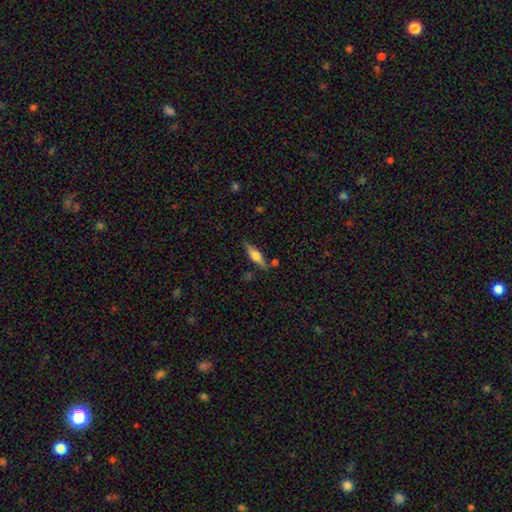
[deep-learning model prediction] Smooth or featured? Predicted: featured or disk (p=0.54). Edge-on disk? Predicted: yes (p=0.94). Edge-on bulge? Predicted: rounded (p=0.86). Merging? Predicted: none (p=0.79).